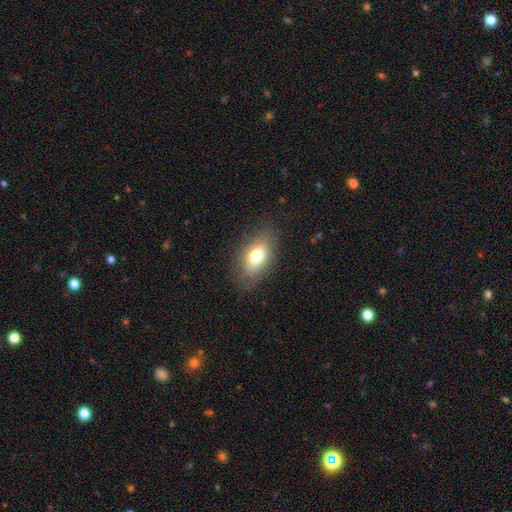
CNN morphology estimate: smooth 73%, featured or disk 18%, star or artifact 9%. Down the decision tree: how rounded — in between (86%); merging — none (81%).